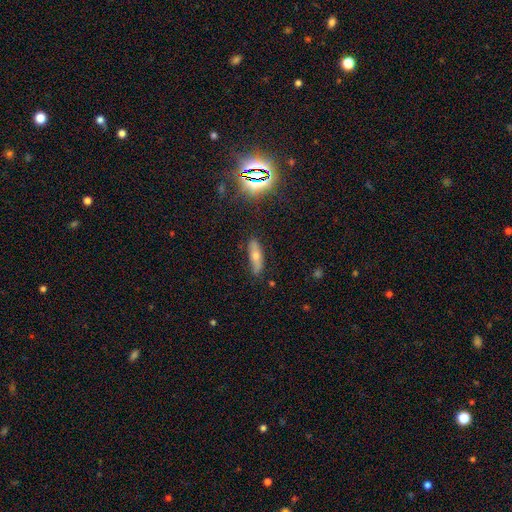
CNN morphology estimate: type=smooth (58%); roundness=cigar-shaped (56%); merging=none (79%).